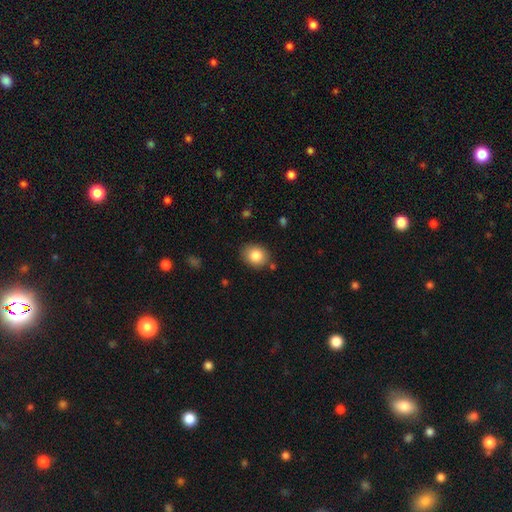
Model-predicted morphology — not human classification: Overall: smooth (83%). How rounded: round (62%; in between 37%). Merging: none (83%).